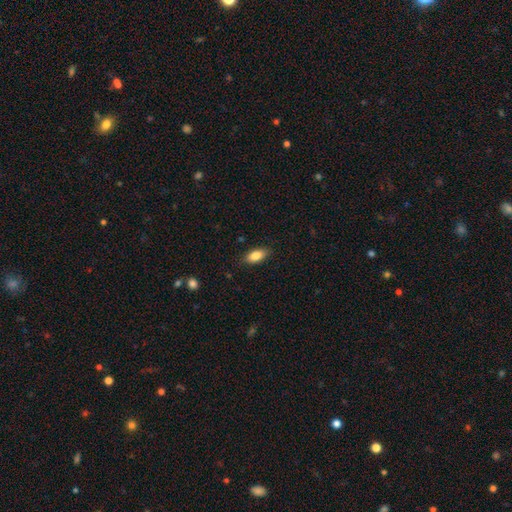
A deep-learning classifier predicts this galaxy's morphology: Overall: smooth (86%). How rounded: in between (87%). Merging: none (85%).